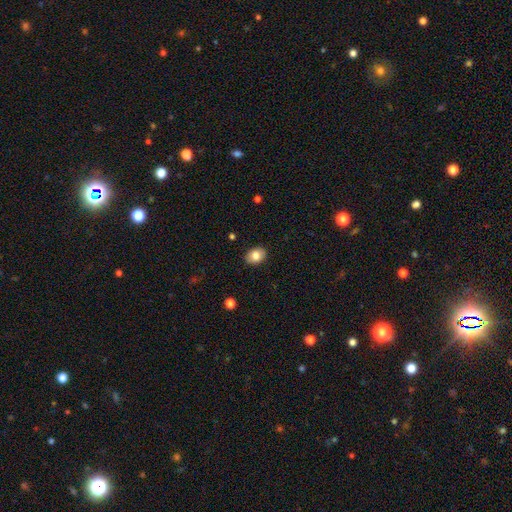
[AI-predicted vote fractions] Q: Smooth or featured?
A: smooth (82%); runner-up: featured or disk (10%)
Q: How rounded?
A: in between (71%); runner-up: round (28%)
Q: Merging?
A: none (89%); runner-up: minor disturbance (8%)